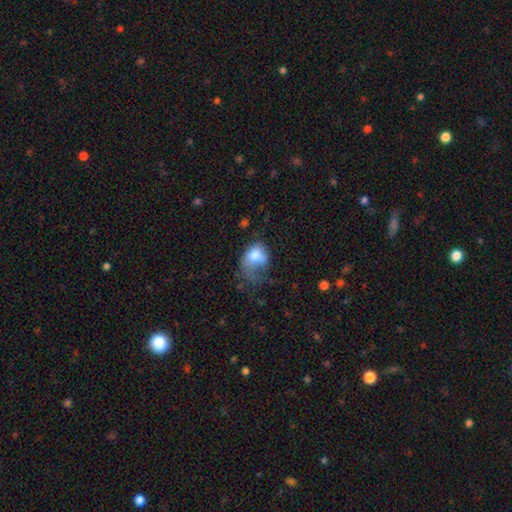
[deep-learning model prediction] Smooth or featured? smooth (71%)
How rounded? in between (68%)
Merging? major disturbance (55%)